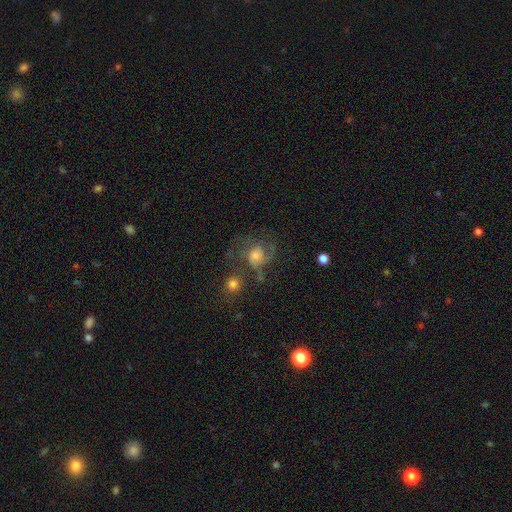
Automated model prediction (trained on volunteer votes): smooth-or-featured: featured or disk: 60% | smooth: 26% | star or artifact: 14%
  disk-edge-on: no: 97% | yes: 3%
    bar: no: 73% | weak: 23% | strong: 3%
    has-spiral-arms: yes: 83% | no: 17%
    bulge-size: moderate: 50% | small: 26% | large: 14% | none: 7% | dominant: 2%
  merging: none: 49% | major disturbance: 22% | minor disturbance: 18% | merger: 10%